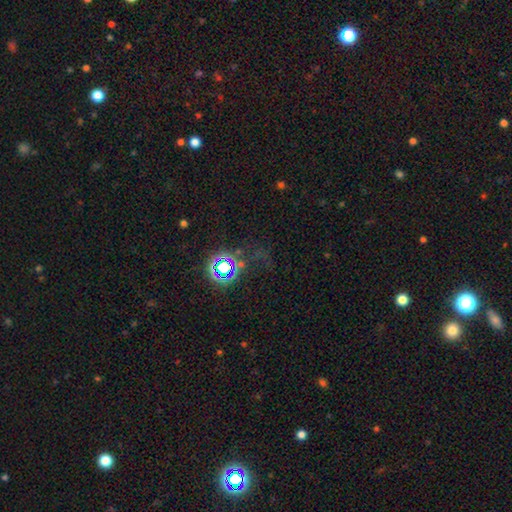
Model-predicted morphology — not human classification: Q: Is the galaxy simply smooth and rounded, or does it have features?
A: star or artifact — 65%.